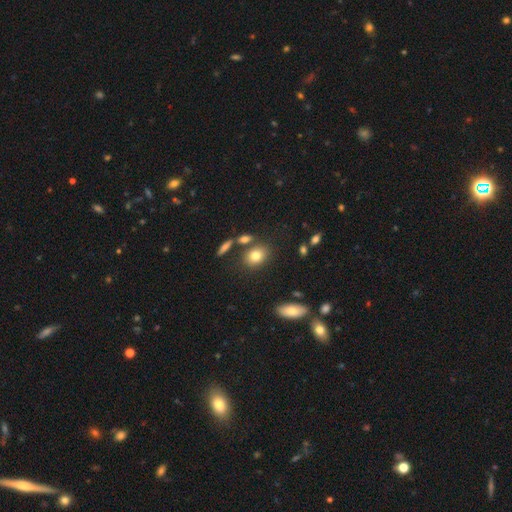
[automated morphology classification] Smooth or featured: smooth — 78% (featured or disk — 12%)
How rounded: in between — 61% (round — 37%)
Merging: none — 72% (merger — 12%)